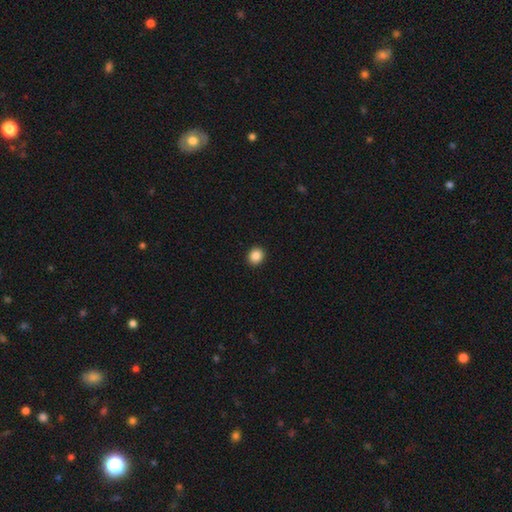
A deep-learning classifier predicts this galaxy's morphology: This appears to be a smooth galaxy with no disk features (87%) that is round (76%). Merging: none (93%).